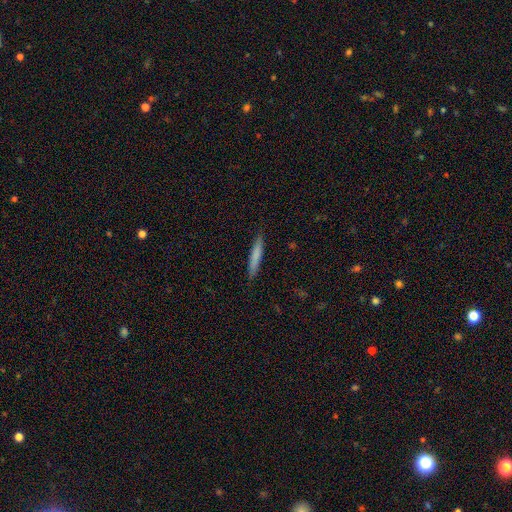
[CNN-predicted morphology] smooth-or-featured: smooth: 75% | featured or disk: 19% | star or artifact: 6%
  how-rounded: cigar-shaped: 94% | in between: 5% | round: 1%
  merging: none: 90% | minor disturbance: 8% | major disturbance: 2% | merger: 1%